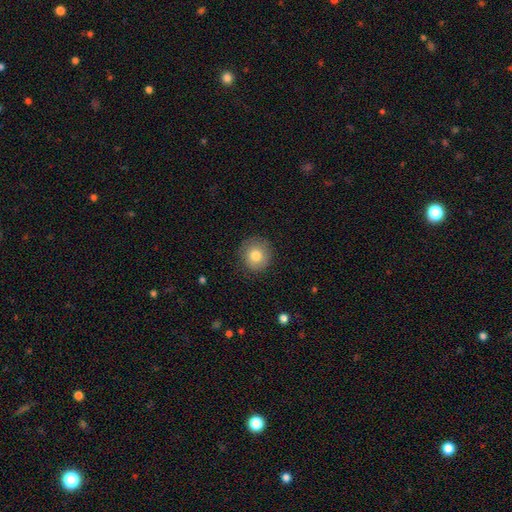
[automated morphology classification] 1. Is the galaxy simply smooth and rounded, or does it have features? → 78% smooth, 13% featured or disk, 9% star or artifact.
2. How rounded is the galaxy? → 91% round, 8% in between, 1% cigar-shaped.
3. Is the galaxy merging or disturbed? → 84% none, 11% minor disturbance, 3% major disturbance, 1% merger.